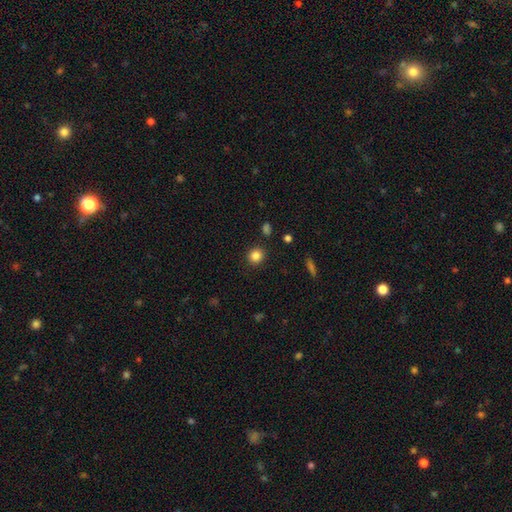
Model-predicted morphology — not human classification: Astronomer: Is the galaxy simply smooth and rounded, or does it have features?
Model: smooth — 85%.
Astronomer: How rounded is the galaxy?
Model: round — 87%.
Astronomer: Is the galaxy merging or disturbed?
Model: none — 89%.